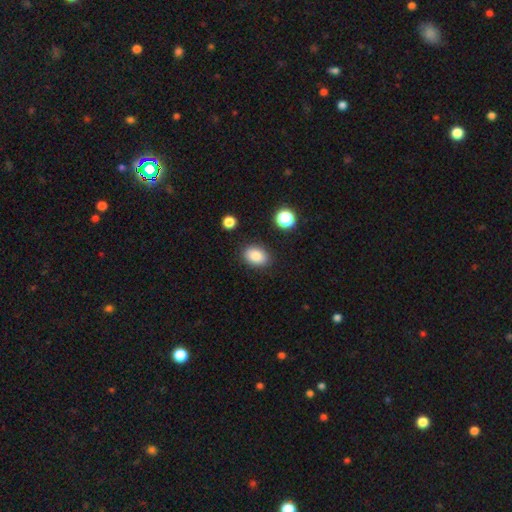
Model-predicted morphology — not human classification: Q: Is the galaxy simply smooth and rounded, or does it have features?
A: smooth — 86%.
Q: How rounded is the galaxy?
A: in between — 76%.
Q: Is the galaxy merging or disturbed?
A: none — 86%.